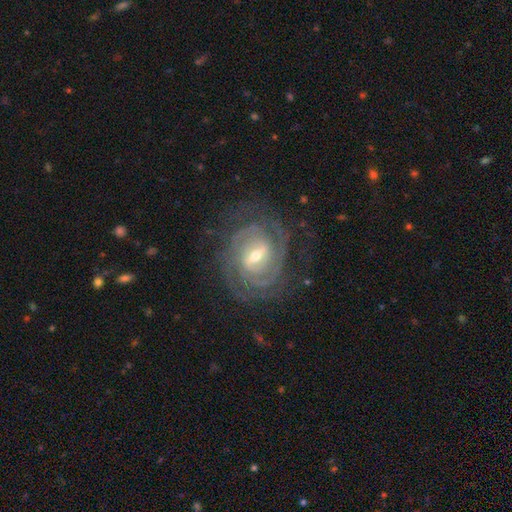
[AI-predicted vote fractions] Smooth or featured: featured or disk — 89% (smooth — 5%)
Edge-on disk: no — 97% (yes — 3%)
Bar: weak — 48% (strong — 39%)
Spiral arms: yes — 97% (no — 3%)
Spiral winding: tight — 74% (medium — 22%)
Spiral arm count: 2 — 26% (can't tell — 24%)
Bulge size: moderate — 52% (small — 44%)
Merging: none — 74% (minor disturbance — 15%)